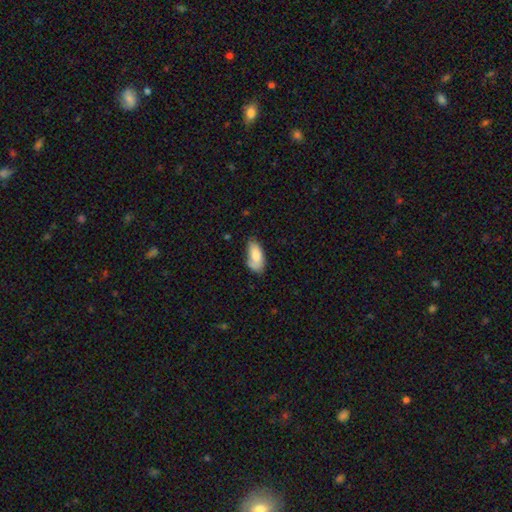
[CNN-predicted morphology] smooth-or-featured: smooth: 78% | featured or disk: 15% | star or artifact: 6%
  how-rounded: in between: 90% | cigar-shaped: 8% | round: 2%
  merging: none: 58% | minor disturbance: 30% | major disturbance: 7% | merger: 5%